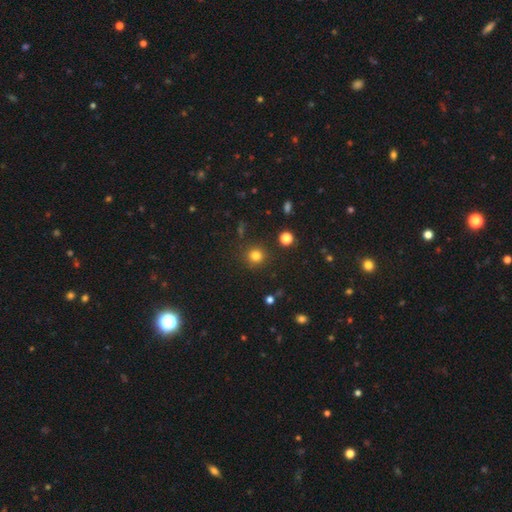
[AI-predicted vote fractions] The model was most divided on "smooth or featured": smooth: 80%, star or artifact: 15%, featured or disk: 5%. More confident: how rounded — round (93%); merging — none (89%).